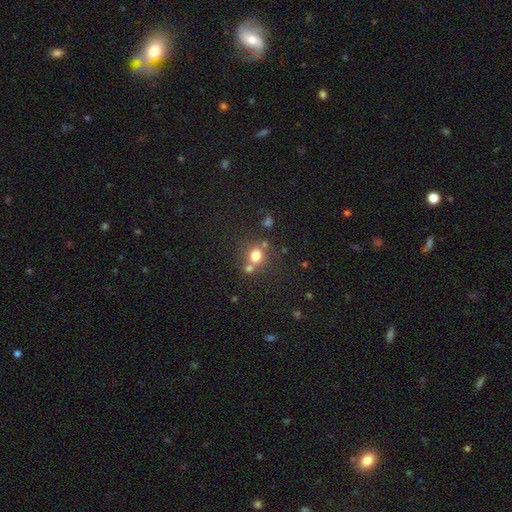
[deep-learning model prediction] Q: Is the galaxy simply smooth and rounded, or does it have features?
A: smooth — 74%.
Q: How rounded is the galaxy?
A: round — 76%.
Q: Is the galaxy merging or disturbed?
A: none — 55%.